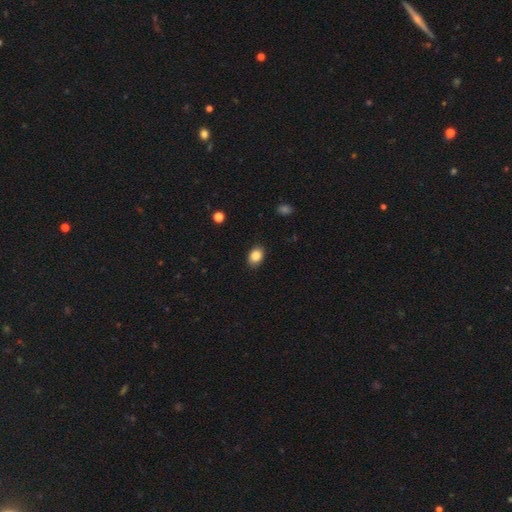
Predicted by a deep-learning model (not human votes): smooth 86%, star or artifact 9%, featured or disk 5%. Down the decision tree: how rounded — in between (70%); merging — none (87%).